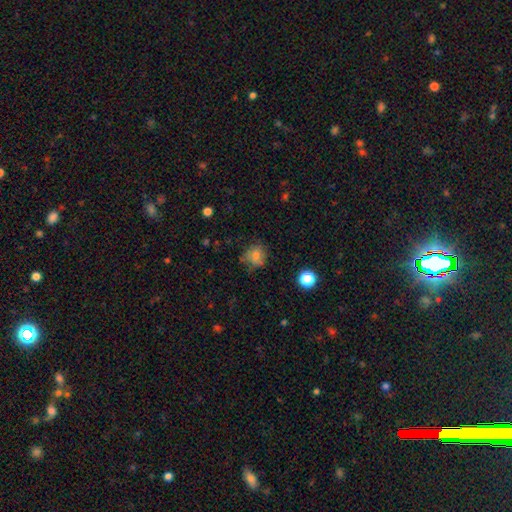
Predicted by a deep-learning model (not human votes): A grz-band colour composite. It shows a smooth galaxy with no disk features (72%) that is round (68%). Merging: none (64%).